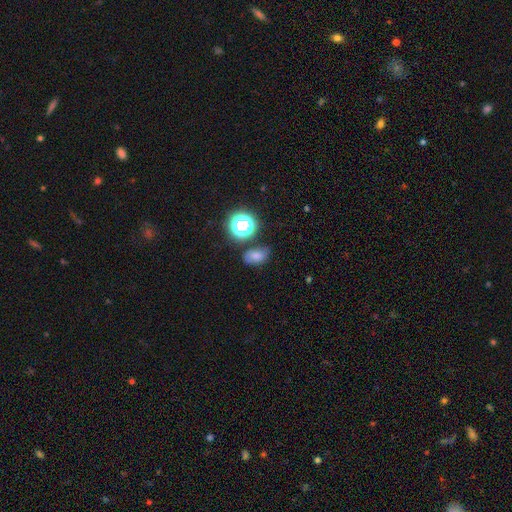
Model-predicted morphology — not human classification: This is likely a smooth galaxy (60%). How rounded: likely in between (76%). Merging: likely none (65%).